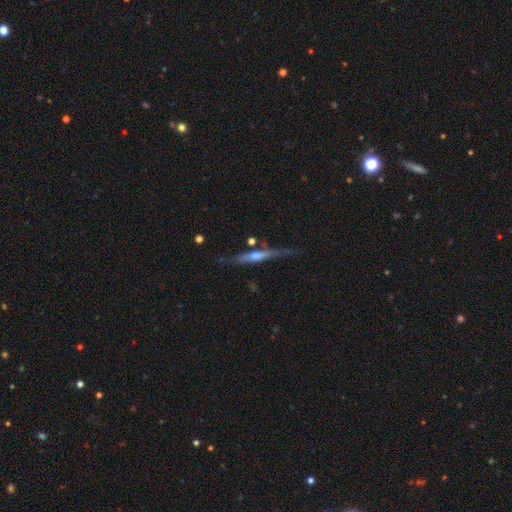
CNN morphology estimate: This is likely a featured or disk galaxy (73%). It is clearly viewed edge-on (95%). Edge-on bulge: likely rounded (65%). Merging: likely none (72%).